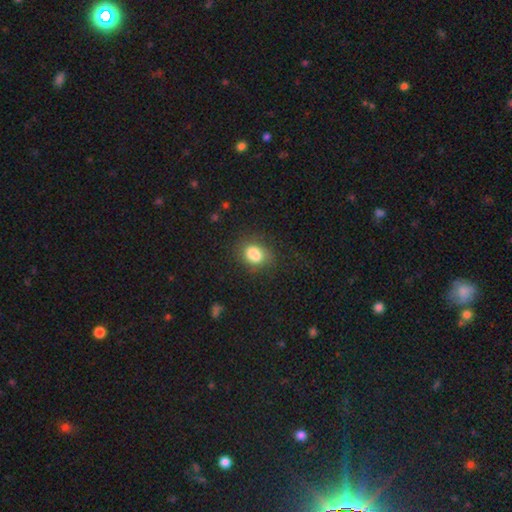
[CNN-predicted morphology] The model was most divided on "how rounded": in between: 68%, round: 30%, cigar-shaped: 1%. More confident: smooth or featured — smooth (83%); merging — none (66%).